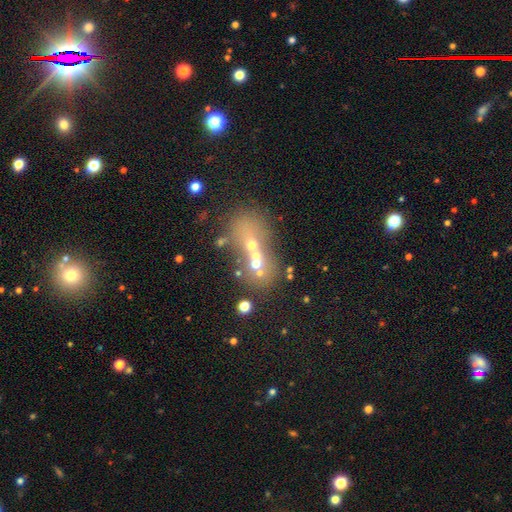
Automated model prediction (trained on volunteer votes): Morphology: type=smooth (39%); merging=merger (57%).